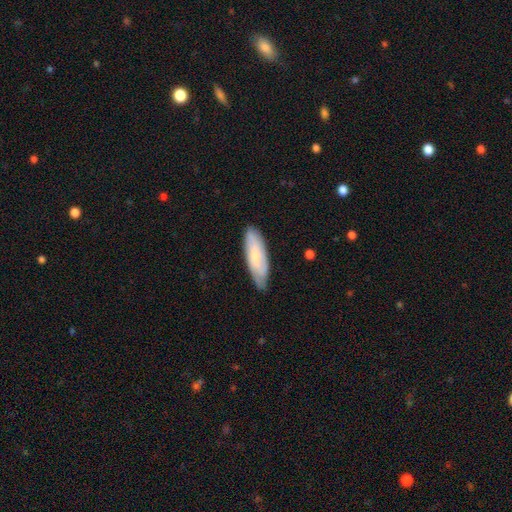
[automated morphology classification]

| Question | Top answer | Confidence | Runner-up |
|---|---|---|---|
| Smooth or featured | smooth | 59% | featured or disk (35%) |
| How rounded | in between | 50% | cigar-shaped (49%) |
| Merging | none | 71% | minor disturbance (24%) |